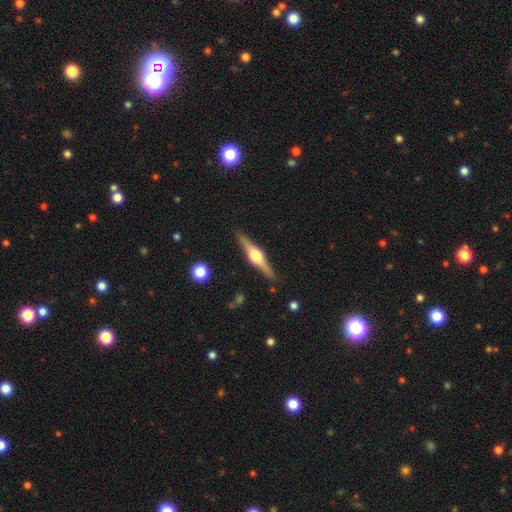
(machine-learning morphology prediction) smooth_or_featured: featured or disk (p=0.78) [alt: smooth p=0.16]
disk_edge_on: yes (p=0.98) [alt: no p=0.02]
edge_on_bulge: rounded (p=0.93) [alt: boxy p=0.05]
merging: none (p=0.90) [alt: minor disturbance p=0.07]